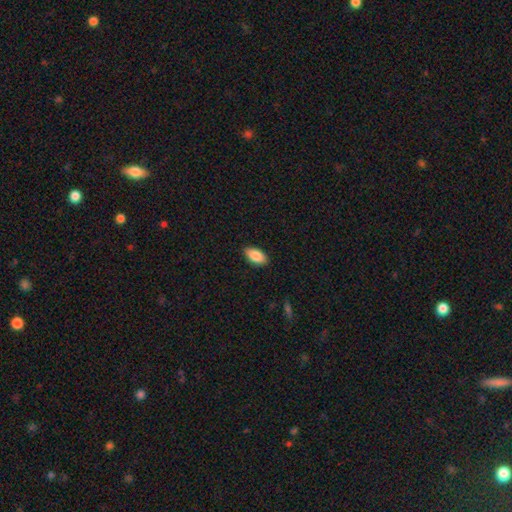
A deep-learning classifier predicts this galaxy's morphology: Smooth or featured? smooth (87%)
How rounded? in between (93%)
Merging? none (87%)